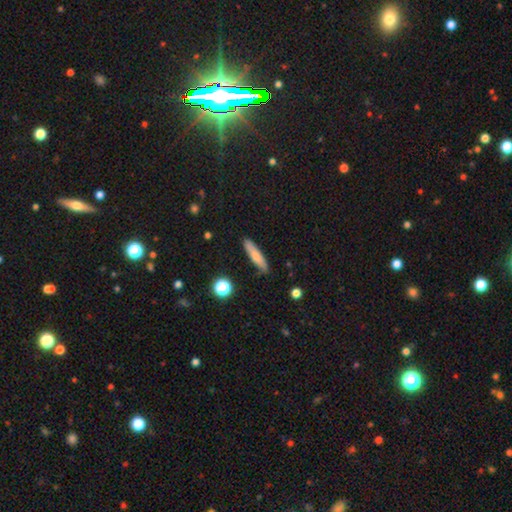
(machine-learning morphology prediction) smooth 72%, featured or disk 20%, star or artifact 7%. Down the decision tree: how rounded — cigar-shaped (83%); merging — none (83%).